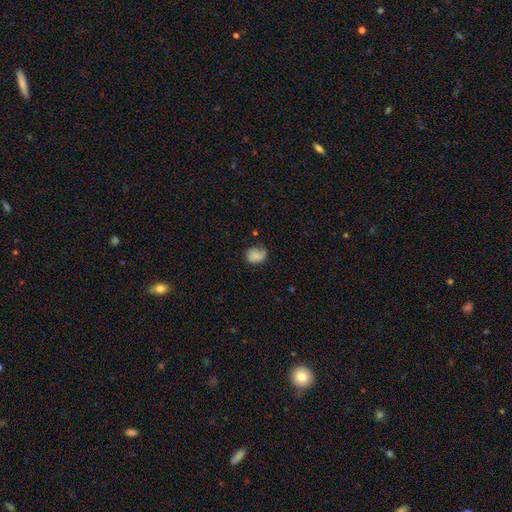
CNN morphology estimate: A smooth galaxy with no disk features (82%) that is in between round and cigar-shaped (57%).

Vote fractions:
- Smooth or featured? smooth: 82% / star or artifact: 9% / featured or disk: 9%
- How rounded? in between: 57% / round: 42% / cigar-shaped: 1%
- Merging? none: 60% / minor disturbance: 30% / major disturbance: 8% / merger: 2%